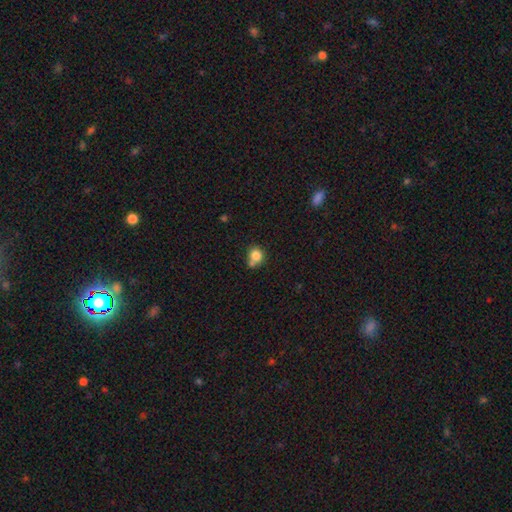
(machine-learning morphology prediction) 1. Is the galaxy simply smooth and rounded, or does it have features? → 81% smooth, 11% star or artifact, 8% featured or disk.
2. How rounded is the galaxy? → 81% round, 18% in between, 1% cigar-shaped.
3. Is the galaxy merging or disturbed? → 52% none, 29% merger, 14% minor disturbance, 5% major disturbance.